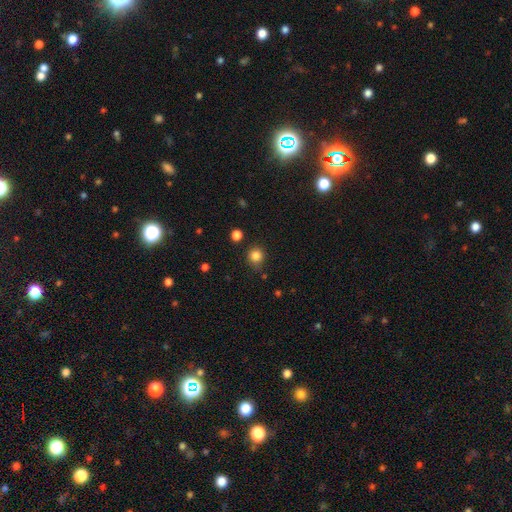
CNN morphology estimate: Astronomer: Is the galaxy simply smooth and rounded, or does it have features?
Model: smooth — 83%.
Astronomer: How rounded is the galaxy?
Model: round — 89%.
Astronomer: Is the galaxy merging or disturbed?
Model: none — 82%.